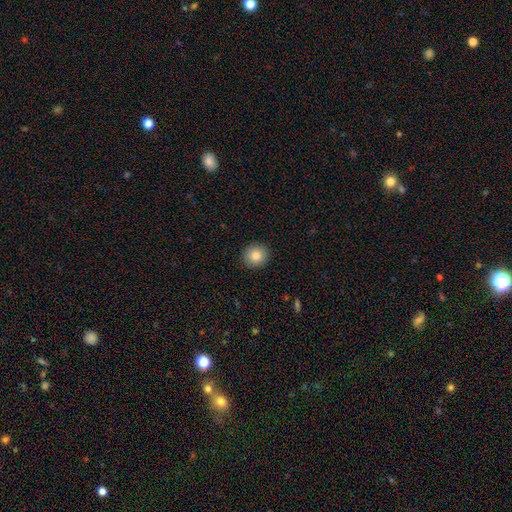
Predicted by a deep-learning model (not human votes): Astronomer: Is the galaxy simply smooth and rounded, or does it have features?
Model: smooth — 83%.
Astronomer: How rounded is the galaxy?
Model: round — 88%.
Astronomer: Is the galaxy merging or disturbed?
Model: none — 92%.